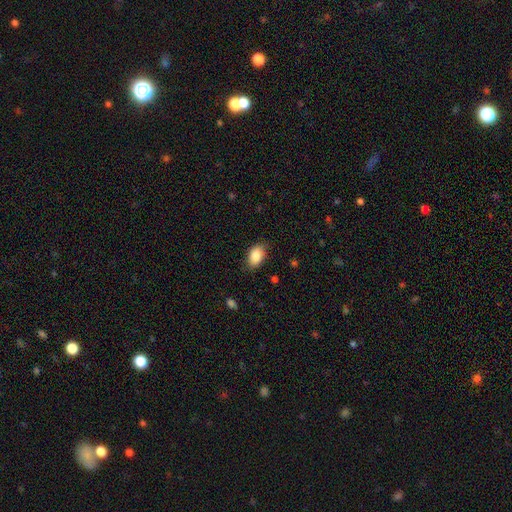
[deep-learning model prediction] Smooth or featured?
  - smooth: 87% *
  - star or artifact: 7%
  - featured or disk: 6%
How rounded?
  - in between: 90% *
  - round: 9%
  - cigar-shaped: 1%
Merging?
  - none: 80% *
  - minor disturbance: 15%
  - major disturbance: 3%
  - merger: 1%